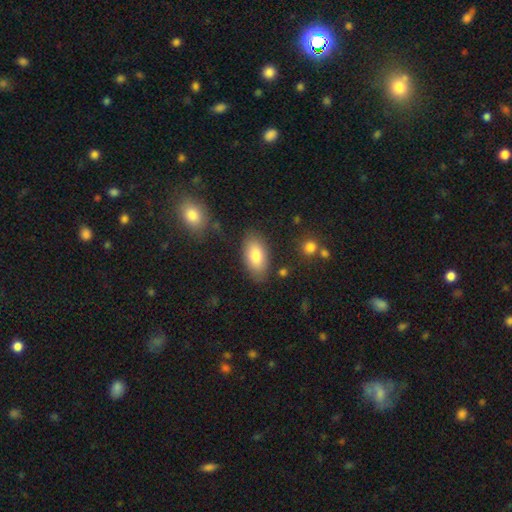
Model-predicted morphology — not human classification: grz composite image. It shows a smooth galaxy with no disk features (81%) that is in between round and cigar-shaped (93%). Merging: none (81%).